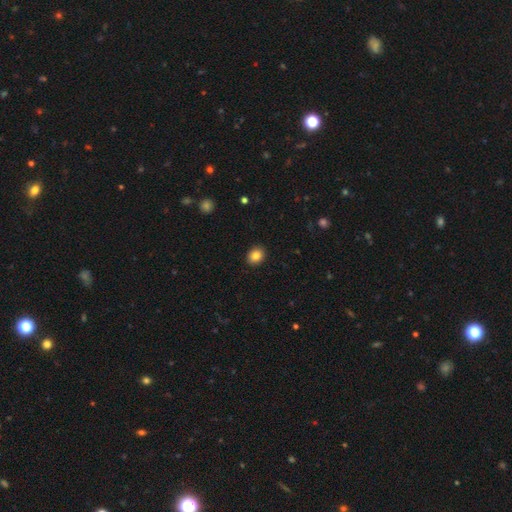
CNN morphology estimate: Q: Smooth or featured?
A: smooth (86%); runner-up: star or artifact (9%)
Q: How rounded?
A: round (50%); runner-up: in between (49%)
Q: Merging?
A: none (91%); runner-up: minor disturbance (7%)